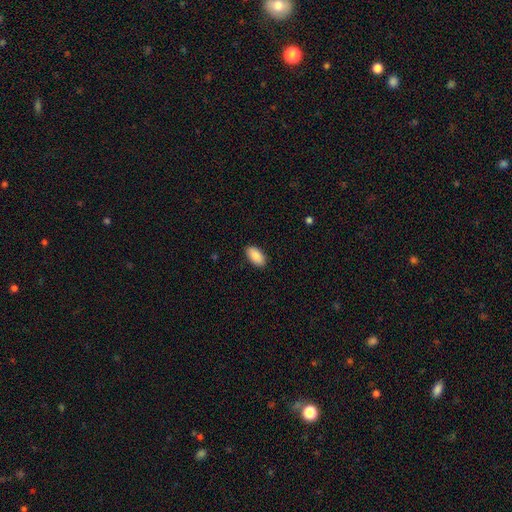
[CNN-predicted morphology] smooth 89%, star or artifact 6%, featured or disk 4%. Down the decision tree: how rounded — in between (95%); merging — none (89%).